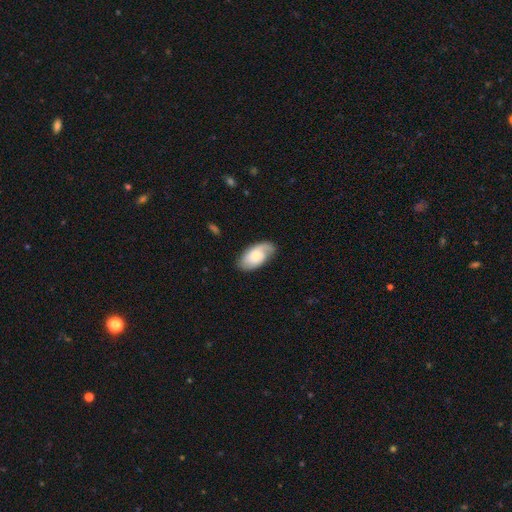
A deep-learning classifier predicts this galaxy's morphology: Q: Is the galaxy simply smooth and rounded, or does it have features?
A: featured or disk — 51%.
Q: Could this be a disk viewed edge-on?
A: no — 94%.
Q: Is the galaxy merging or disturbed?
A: none — 68%.